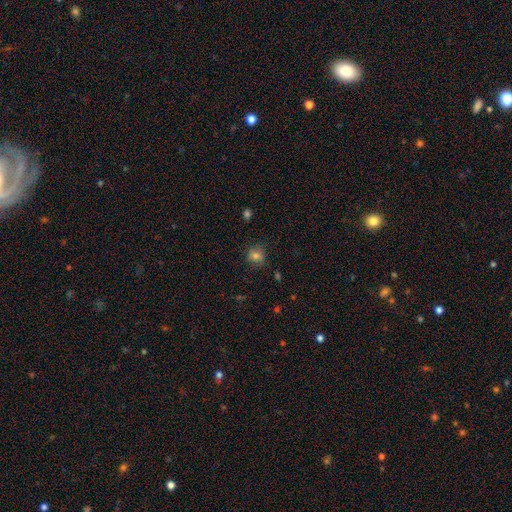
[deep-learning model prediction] Smooth or featured? Predicted: smooth (p=0.78). How rounded? Predicted: round (p=0.77). Merging? Predicted: none (p=0.79).